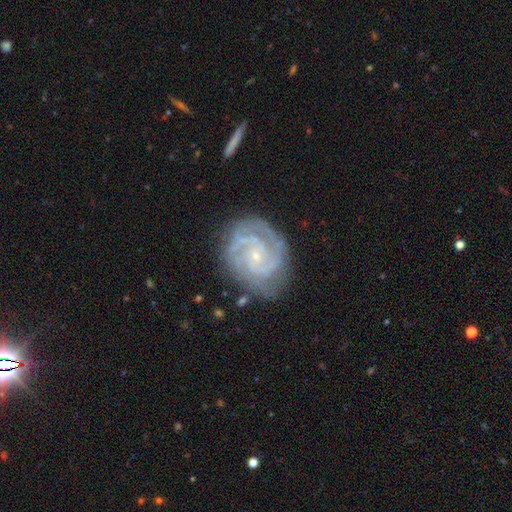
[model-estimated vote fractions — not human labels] featured or disk 90%, star or artifact 5%, smooth 5%. Down the decision tree: edge-on disk — no (98%); bar — no (68%); spiral arms — yes (98%); spiral arm count — 2 (45%); spiral winding — tight (68%); bulge size — small (85%); merging — none (77%).